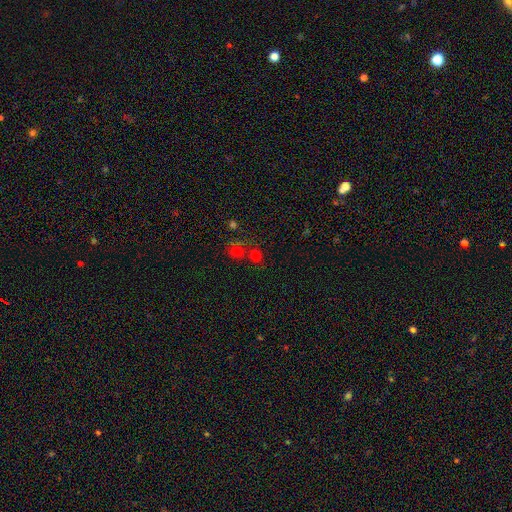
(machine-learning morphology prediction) A smooth galaxy with no disk features (59%) that is round (83%). Merging: none (50%).